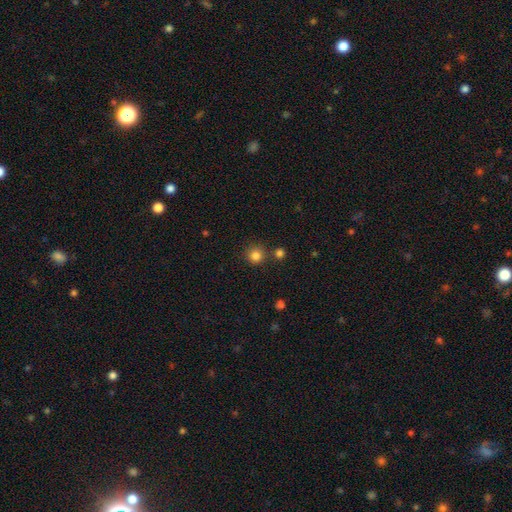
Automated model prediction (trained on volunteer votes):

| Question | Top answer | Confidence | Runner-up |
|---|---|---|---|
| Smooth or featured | smooth | 83% | star or artifact (13%) |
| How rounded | round | 94% | in between (5%) |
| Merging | none | 81% | merger (9%) |